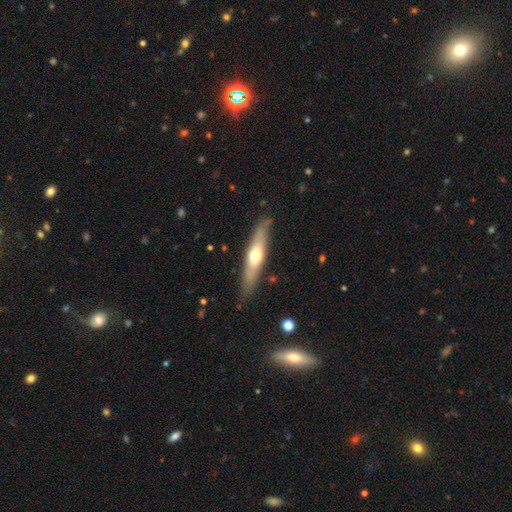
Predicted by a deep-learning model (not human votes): A featured or disk galaxy (48%). Merging: none (84%).